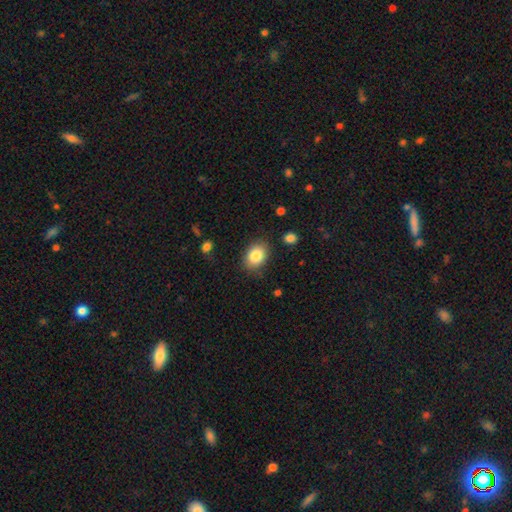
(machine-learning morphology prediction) type=smooth (85%); roundness=in between (71%); merging=none (84%).